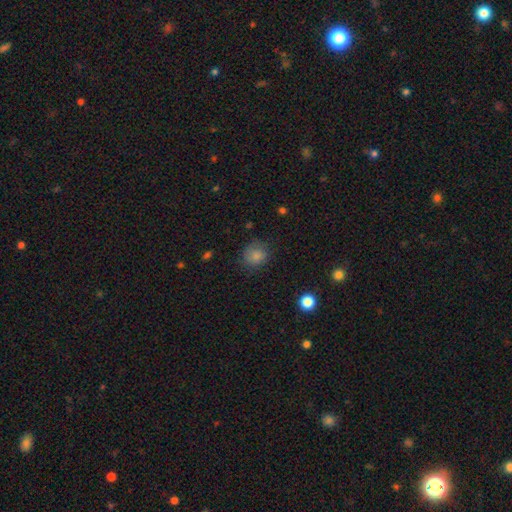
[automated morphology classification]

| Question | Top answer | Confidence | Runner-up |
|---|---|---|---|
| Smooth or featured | smooth | 83% | star or artifact (11%) |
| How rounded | round | 81% | in between (18%) |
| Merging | none | 75% | minor disturbance (18%) |